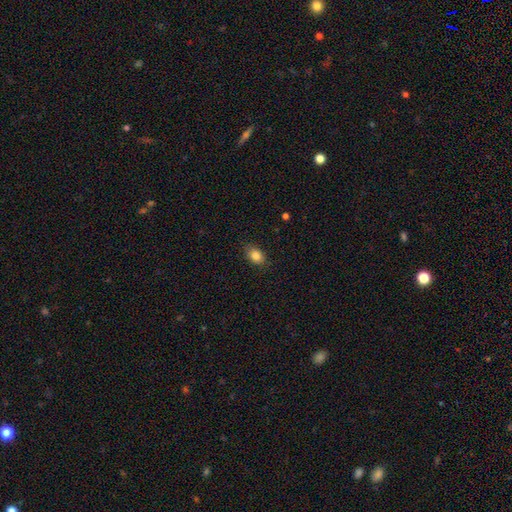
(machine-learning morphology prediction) Smooth or featured? smooth (85%)
How rounded? in between (75%)
Merging? none (84%)